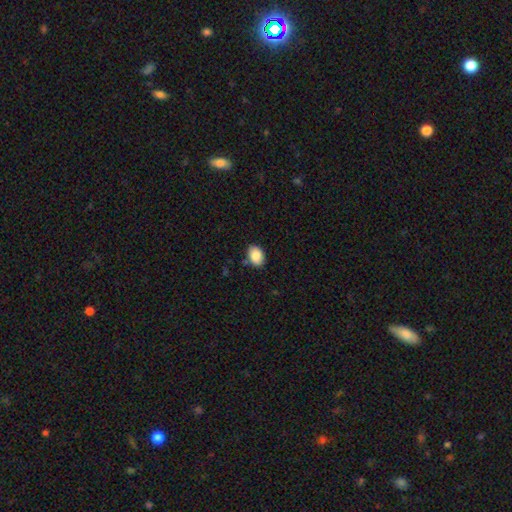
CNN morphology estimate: A smooth galaxy with no disk features (88%) that is in between round and cigar-shaped (81%).

Vote fractions:
- Smooth or featured? smooth: 88% / star or artifact: 7% / featured or disk: 5%
- How rounded? in between: 81% / round: 18% / cigar-shaped: 1%
- Merging? none: 84% / minor disturbance: 12% / major disturbance: 2% / merger: 2%